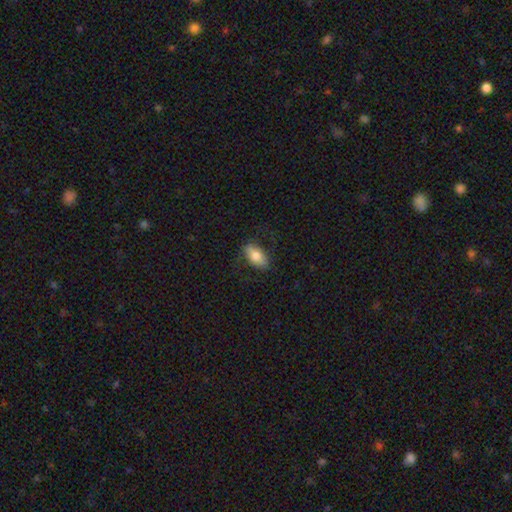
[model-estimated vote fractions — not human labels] Morphology: type=smooth (71%); roundness=in between (91%); merging=none (75%).